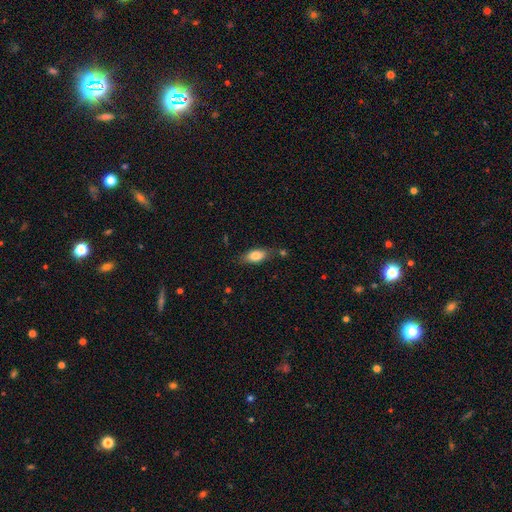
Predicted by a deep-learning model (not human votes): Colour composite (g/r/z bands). It shows a smooth galaxy with no disk features (81%) that is in between round and cigar-shaped (85%). Merging: none (76%).